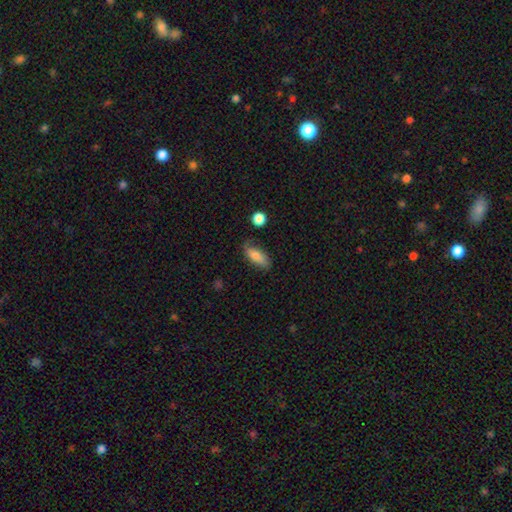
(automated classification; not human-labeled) The model was most divided on "merging": none: 66%, minor disturbance: 24%, major disturbance: 6%, merger: 3%. More confident: how rounded — in between (76%); smooth or featured — smooth (75%).